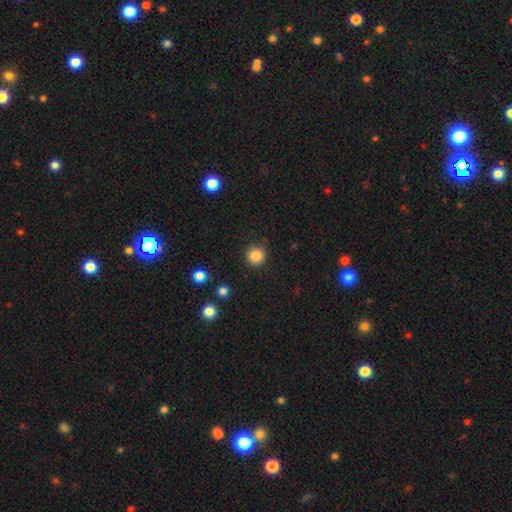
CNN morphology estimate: Smooth or featured?
  - smooth: 85% *
  - star or artifact: 10%
  - featured or disk: 4%
How rounded?
  - round: 95% *
  - in between: 4%
  - cigar-shaped: 1%
Merging?
  - none: 92% *
  - minor disturbance: 5%
  - major disturbance: 2%
  - merger: 1%